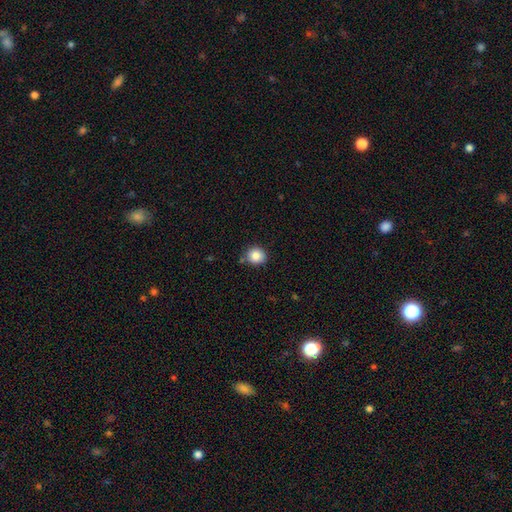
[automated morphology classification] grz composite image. It shows a smooth galaxy with no disk features (85%) that is round (85%). Merging: none (80%).